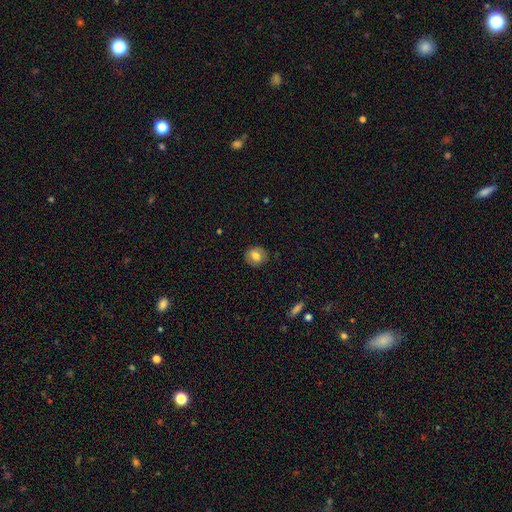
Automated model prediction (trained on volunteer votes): Smooth or featured? smooth (70%)
How rounded? round (70%)
Merging? none (85%)